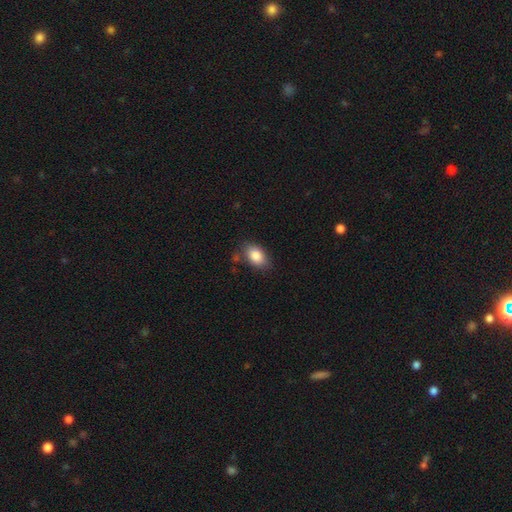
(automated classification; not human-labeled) A smooth galaxy with no disk features (86%) that is in between round and cigar-shaped (86%). Merging: none (74%).